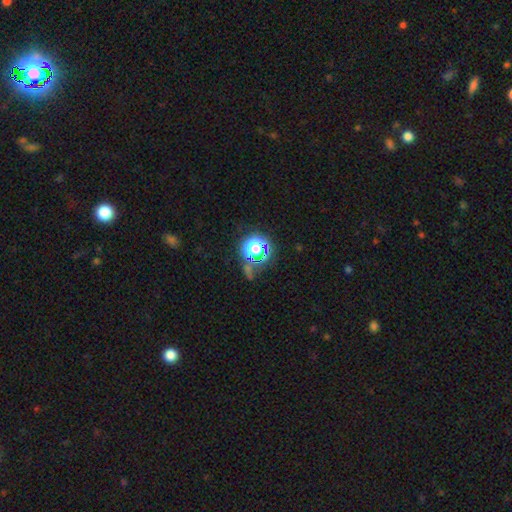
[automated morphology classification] A star or artifact, not a galaxy (70%).

Vote fractions:
- Smooth or featured? star or artifact: 70% / smooth: 22% / featured or disk: 8%